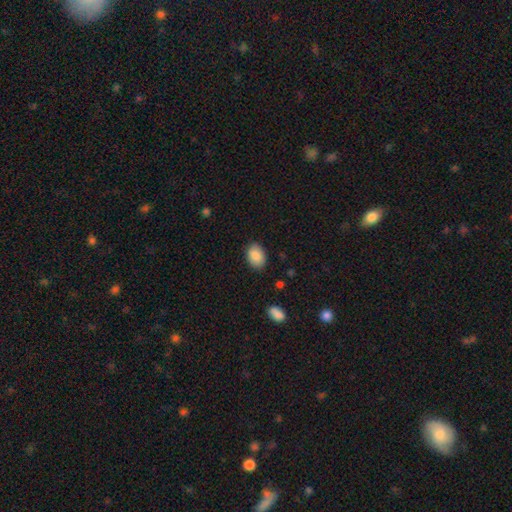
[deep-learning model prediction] This is clearly a smooth galaxy (88%). How rounded: clearly in between (83%). Merging: clearly none (86%).